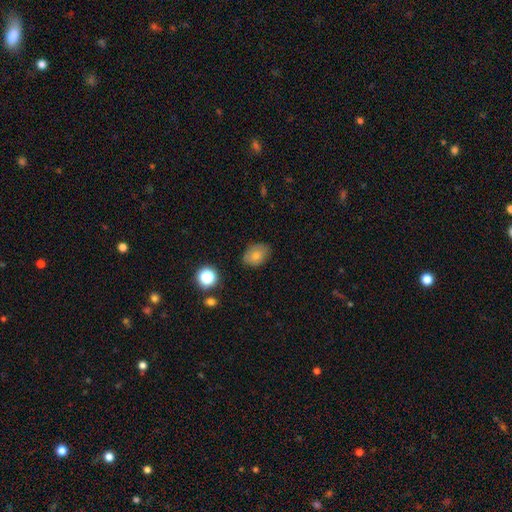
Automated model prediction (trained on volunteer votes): smooth-or-featured: smooth: 75% | featured or disk: 14% | star or artifact: 11%
  how-rounded: in between: 70% | round: 29% | cigar-shaped: 1%
  merging: none: 77% | minor disturbance: 18% | major disturbance: 4% | merger: 2%